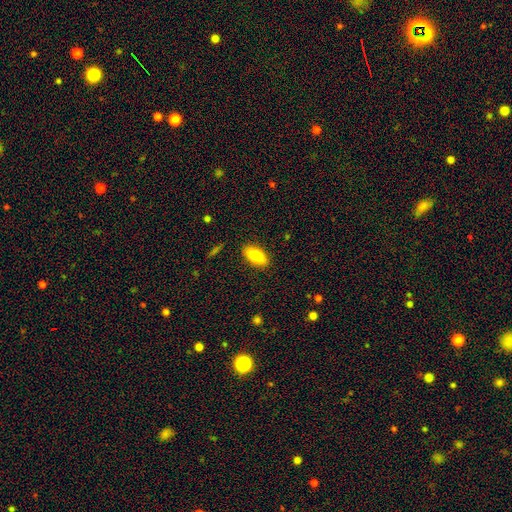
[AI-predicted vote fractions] This appears to be a smooth galaxy with no disk features (83%) that is in between round and cigar-shaped (88%). Merging: none (88%).